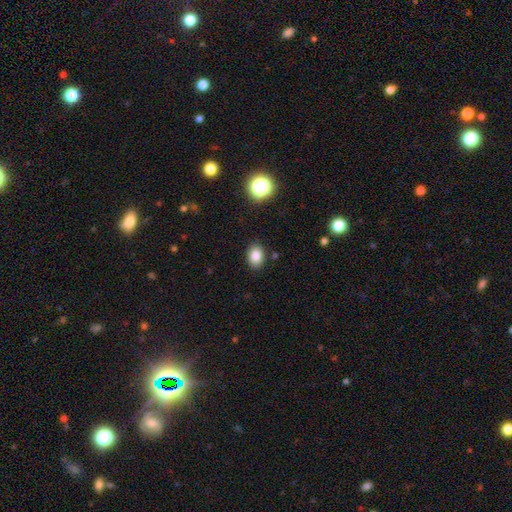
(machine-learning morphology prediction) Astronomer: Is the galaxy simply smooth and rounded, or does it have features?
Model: smooth — 85%.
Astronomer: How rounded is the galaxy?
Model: in between — 75%.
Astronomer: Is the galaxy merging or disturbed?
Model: none — 86%.